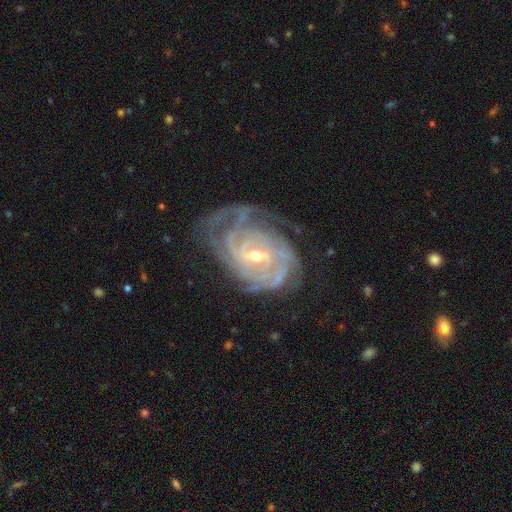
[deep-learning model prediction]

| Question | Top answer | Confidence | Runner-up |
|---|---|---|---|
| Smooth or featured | featured or disk | 90% | star or artifact (5%) |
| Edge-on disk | no | 97% | yes (3%) |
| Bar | weak | 51% | no (27%) |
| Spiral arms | yes | 97% | no (3%) |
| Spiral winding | tight | 73% | medium (23%) |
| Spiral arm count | can't tell | 28% | 4 (22%) |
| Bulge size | small | 58% | moderate (39%) |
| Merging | none | 63% | minor disturbance (22%) |